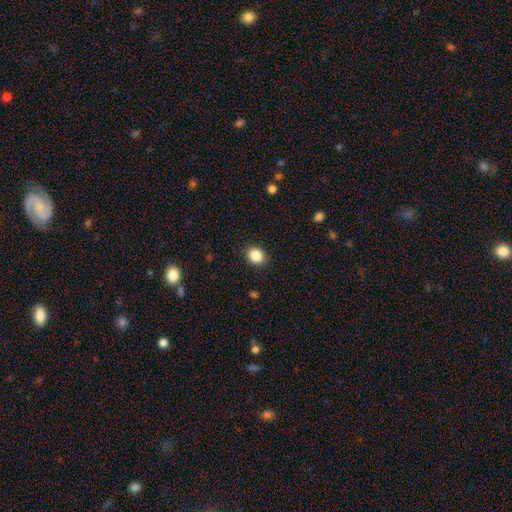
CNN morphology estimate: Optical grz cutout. It shows a smooth galaxy with no disk features (86%) that is round (62%). Merging: none (89%).